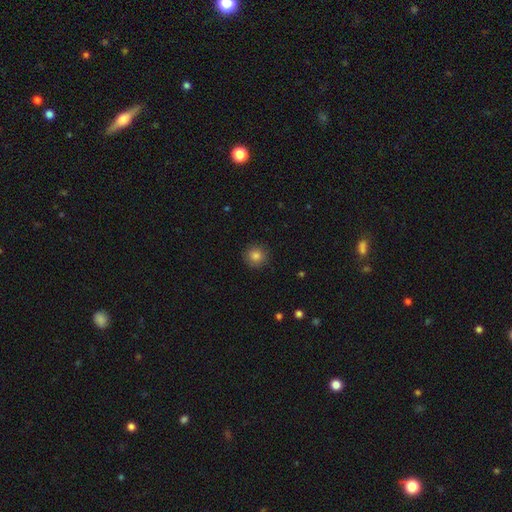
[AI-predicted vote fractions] smooth 84%, star or artifact 11%, featured or disk 5%. Down the decision tree: how rounded — round (94%); merging — none (91%).